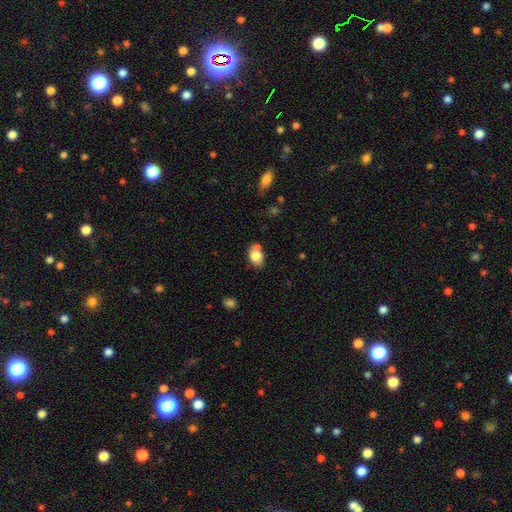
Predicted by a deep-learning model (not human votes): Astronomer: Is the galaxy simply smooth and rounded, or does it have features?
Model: smooth — 80%.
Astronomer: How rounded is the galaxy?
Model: in between — 76%.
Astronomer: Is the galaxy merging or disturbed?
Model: none — 59%.